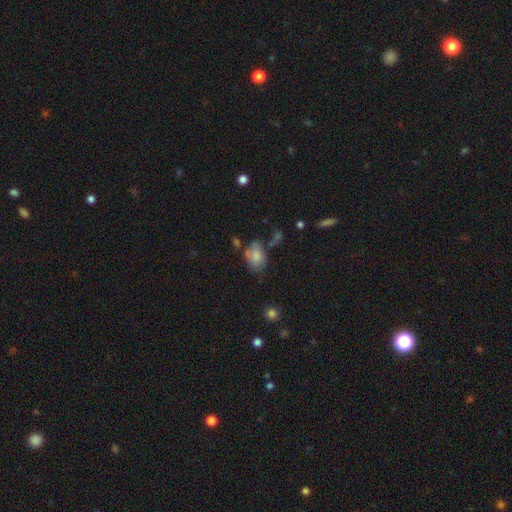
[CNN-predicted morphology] This appears to be a smooth galaxy with no disk features (78%) that is in between round and cigar-shaped (80%). Merging: none (52%).